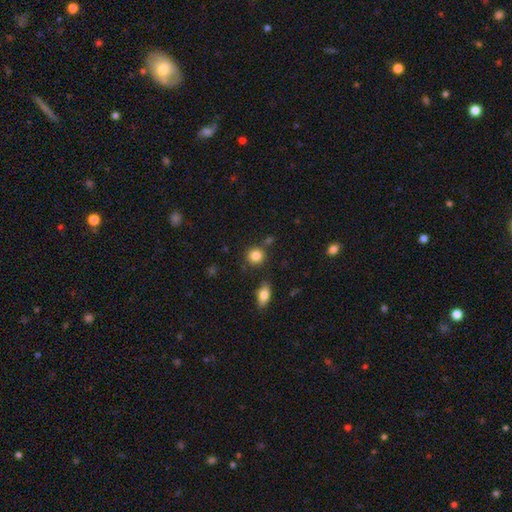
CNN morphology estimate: A smooth galaxy with no disk features (85%) that is round (86%). Merging: none (80%).